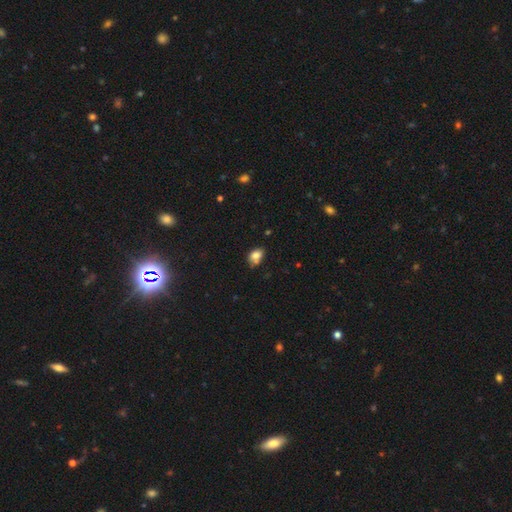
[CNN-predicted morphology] This appears to be a smooth galaxy with no disk features (78%) that is in between round and cigar-shaped (75%). Merging: none (51%).